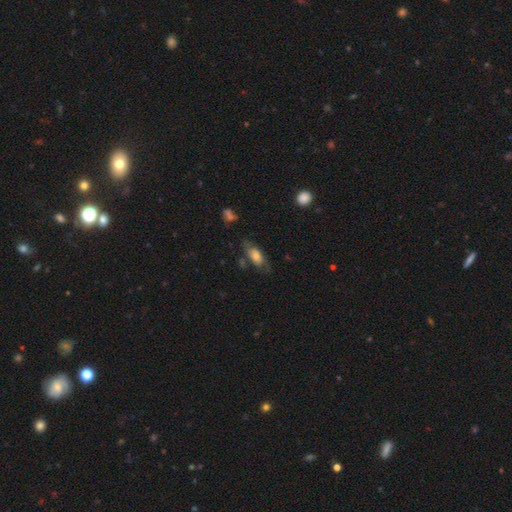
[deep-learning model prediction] Smooth or featured?
  - smooth: 57% *
  - featured or disk: 35%
  - star or artifact: 8%
How rounded?
  - in between: 84% *
  - cigar-shaped: 11%
  - round: 5%
Merging?
  - none: 55% *
  - minor disturbance: 25%
  - major disturbance: 15%
  - merger: 4%